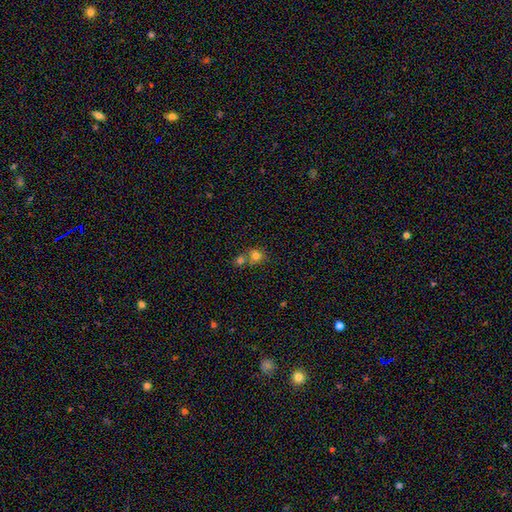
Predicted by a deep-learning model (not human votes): A smooth galaxy with no disk features (77%) that is round (83%).

Vote fractions:
- Smooth or featured? smooth: 77% / star or artifact: 13% / featured or disk: 9%
- How rounded? round: 83% / in between: 16% / cigar-shaped: 1%
- Merging? none: 47% / merger: 42% / minor disturbance: 8% / major disturbance: 3%